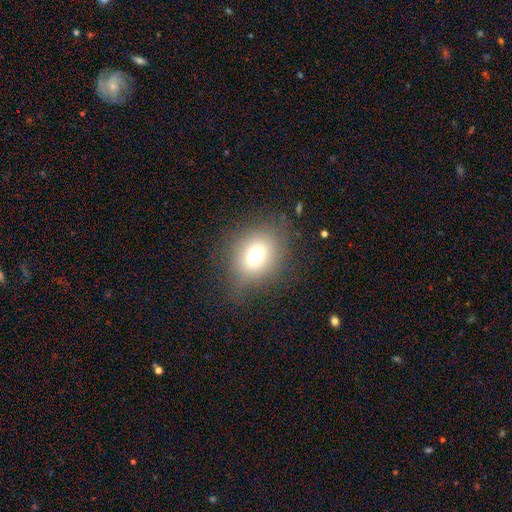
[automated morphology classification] A smooth galaxy with no disk features (70%) that is round (60%).

Vote fractions:
- Smooth or featured? smooth: 70% / star or artifact: 17% / featured or disk: 13%
- How rounded? round: 60% / in between: 39% / cigar-shaped: 1%
- Merging? none: 77% / minor disturbance: 14% / major disturbance: 8% / merger: 1%